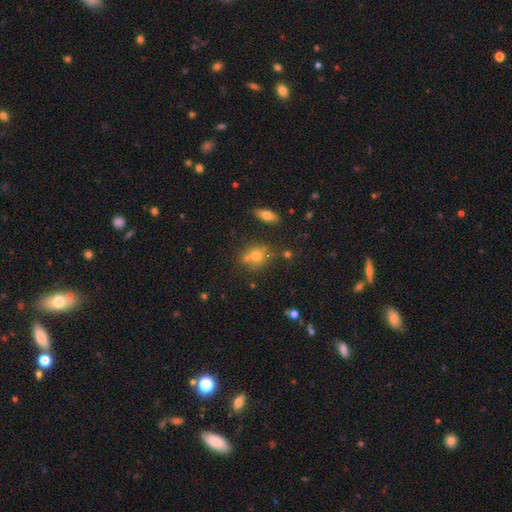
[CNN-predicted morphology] Smooth or featured? smooth (65%)
How rounded? round (75%)
Merging? none (60%)